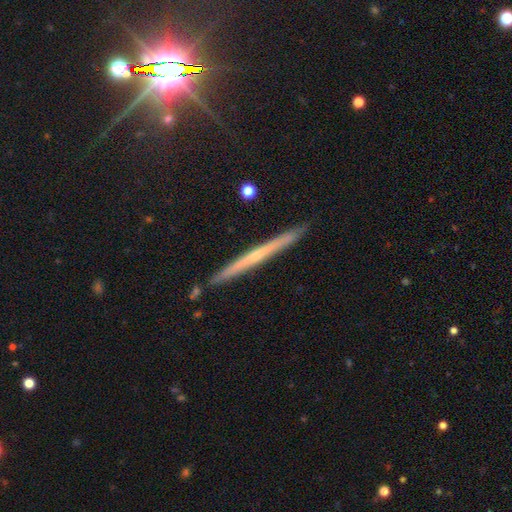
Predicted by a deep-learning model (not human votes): featured or disk 66%, smooth 26%, star or artifact 8%. Down the decision tree: edge-on disk — yes (97%); edge-on bulge — none (55%); merging — none (90%).